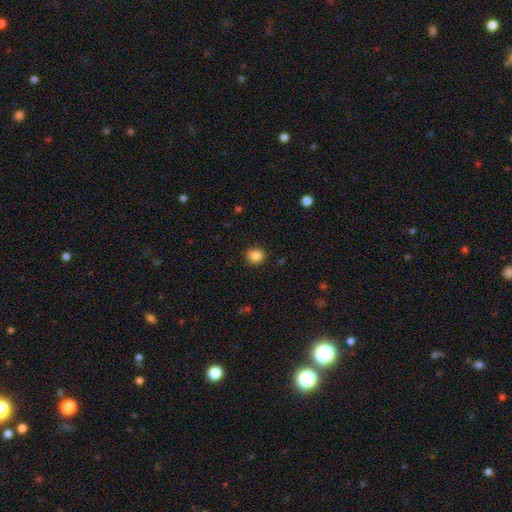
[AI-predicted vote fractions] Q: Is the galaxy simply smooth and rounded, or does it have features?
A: smooth — 86%.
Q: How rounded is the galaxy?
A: round — 81%.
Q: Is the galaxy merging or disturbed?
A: none — 87%.